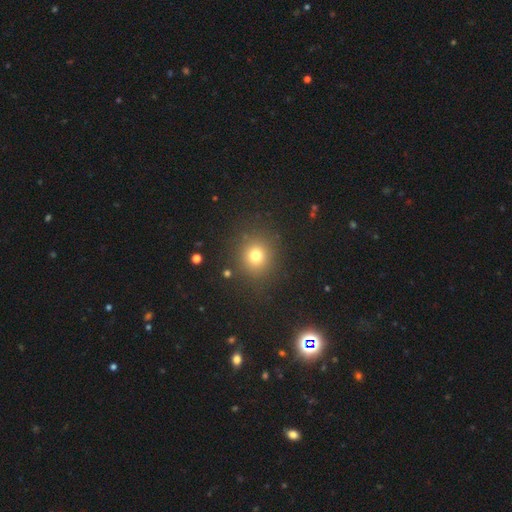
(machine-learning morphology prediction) This appears to be a smooth galaxy with no disk features (75%) that is round (85%). Merging: none (87%).